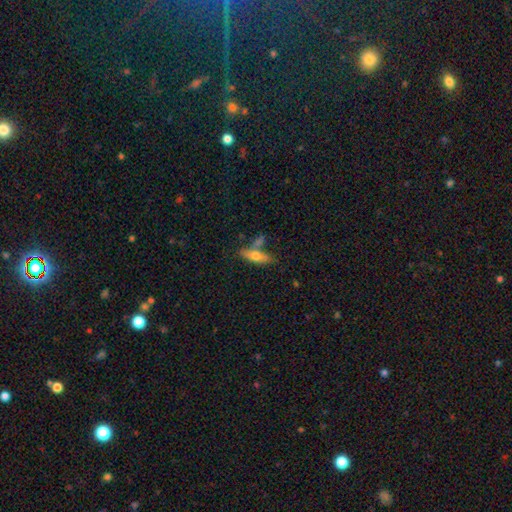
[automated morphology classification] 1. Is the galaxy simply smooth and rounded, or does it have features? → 57% smooth, 36% featured or disk, 7% star or artifact.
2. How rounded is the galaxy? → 58% cigar-shaped, 39% in between, 3% round.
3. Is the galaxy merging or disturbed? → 60% none, 19% merger, 16% minor disturbance, 5% major disturbance.